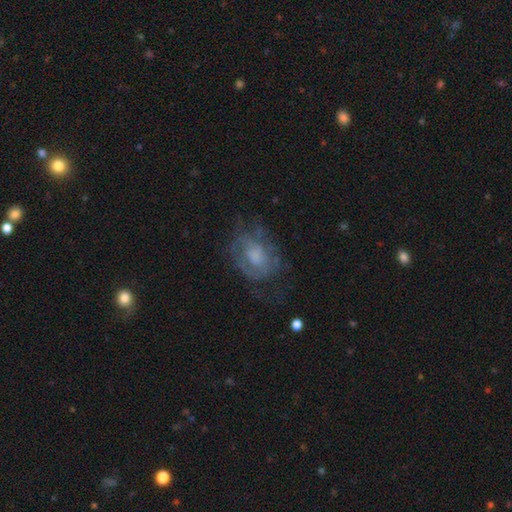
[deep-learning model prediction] A featured or disk galaxy (58%) with no bar (75%), spiral arms (57%) and a moderate central bulge (32%).

Vote fractions:
- Smooth or featured? featured or disk: 58% / smooth: 32% / star or artifact: 10%
- Edge-on disk? no: 97% / yes: 3%
- Bar? no: 75% / weak: 21% / strong: 3%
- Spiral arms? yes: 57% / no: 43%
- Bulge size? moderate: 32% / none: 27% / small: 22% / large: 16% / dominant: 2%
- Merging? none: 53% / minor disturbance: 23% / major disturbance: 22% / merger: 2%